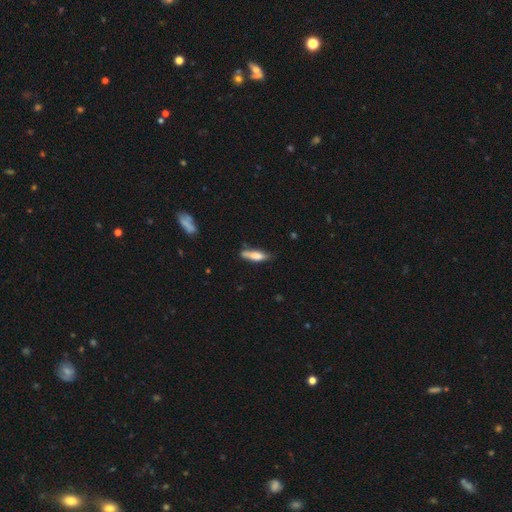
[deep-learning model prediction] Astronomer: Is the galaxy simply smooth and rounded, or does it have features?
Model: smooth — 69%.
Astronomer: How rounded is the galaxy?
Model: cigar-shaped — 66%.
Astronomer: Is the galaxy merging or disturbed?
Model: none — 66%.